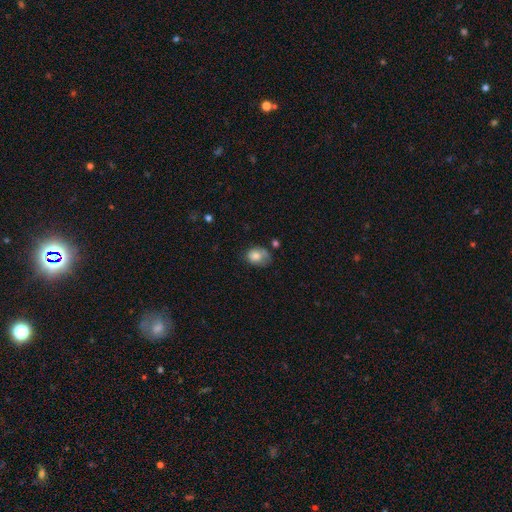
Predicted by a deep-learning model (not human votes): This appears to be a smooth galaxy with no disk features (77%) that is in between round and cigar-shaped (60%). Merging: none (42%).